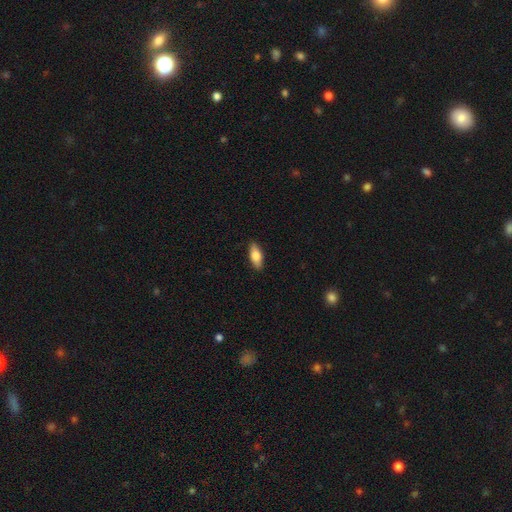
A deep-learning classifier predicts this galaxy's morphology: A smooth galaxy with no disk features (76%) that is in between round and cigar-shaped (78%). Merging: none (89%).